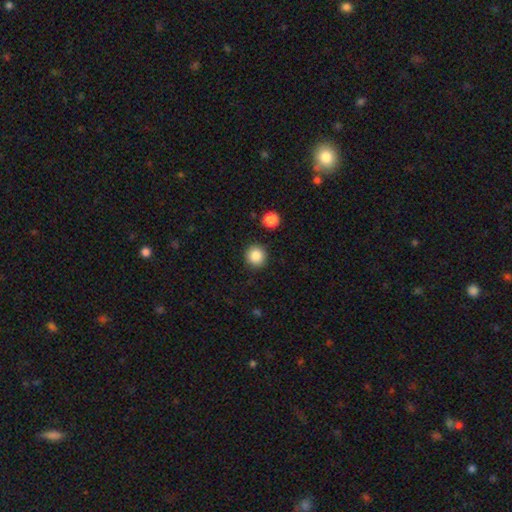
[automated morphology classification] Smooth or featured? Predicted: smooth (p=0.87). How rounded? Predicted: round (p=0.94). Merging? Predicted: none (p=0.91).